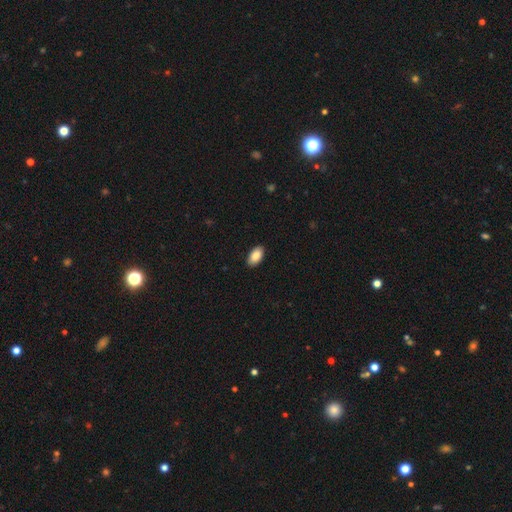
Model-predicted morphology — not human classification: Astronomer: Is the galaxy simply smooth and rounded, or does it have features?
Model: smooth — 86%.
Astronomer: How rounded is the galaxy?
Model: in between — 95%.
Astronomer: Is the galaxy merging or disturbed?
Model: none — 90%.